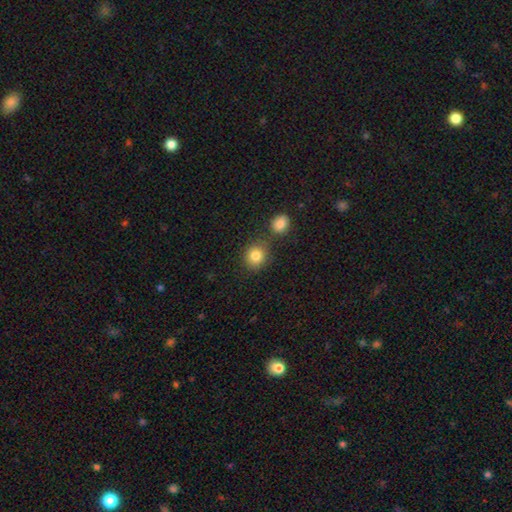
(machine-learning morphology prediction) Smooth or featured? Predicted: smooth (p=0.84). How rounded? Predicted: round (p=0.79). Merging? Predicted: none (p=0.72).